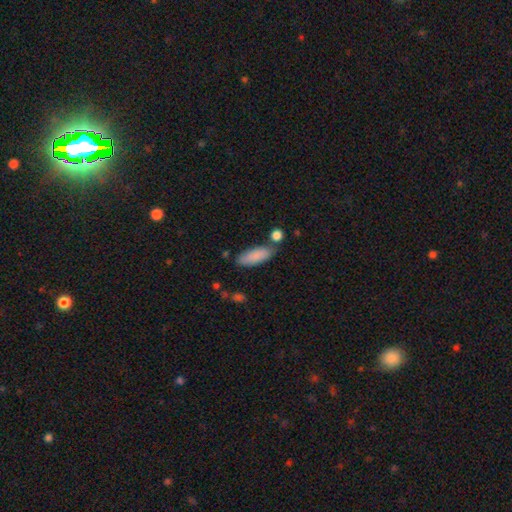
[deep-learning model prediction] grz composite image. It shows a smooth galaxy with no disk features (87%) that is in between round and cigar-shaped (68%). Merging: none (72%).